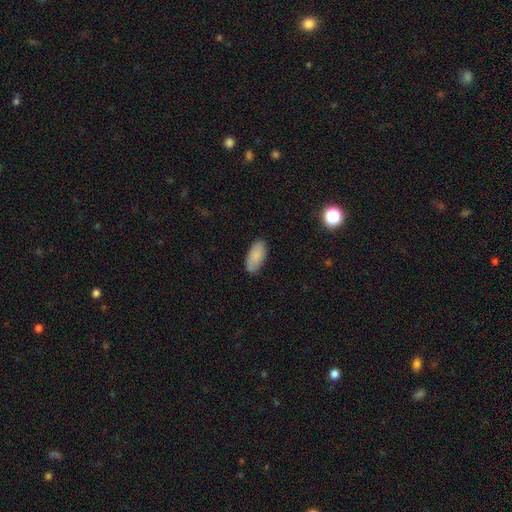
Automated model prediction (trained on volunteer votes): A smooth galaxy with no disk features (86%) that is in between round and cigar-shaped (92%).

Vote fractions:
- Smooth or featured? smooth: 86% / featured or disk: 8% / star or artifact: 7%
- How rounded? in between: 92% / cigar-shaped: 6% / round: 2%
- Merging? none: 81% / minor disturbance: 15% / major disturbance: 3% / merger: 1%